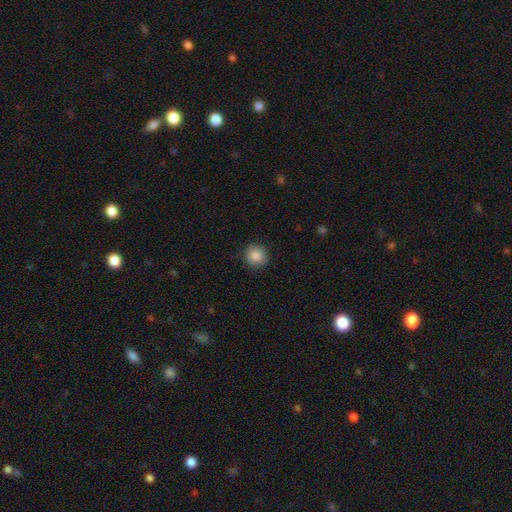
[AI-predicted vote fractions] This appears to be a smooth galaxy with no disk features (87%) that is round (91%). Merging: none (89%).